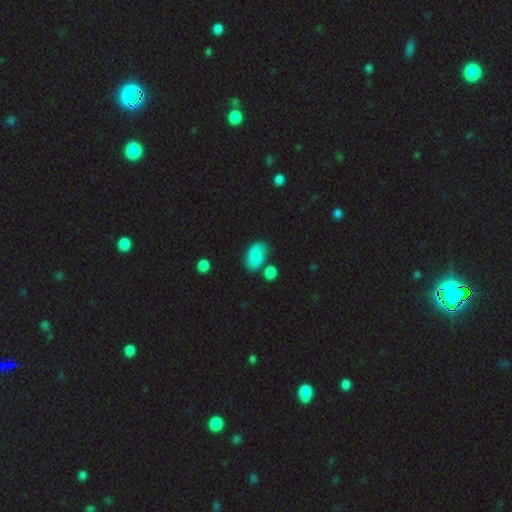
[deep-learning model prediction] A smooth galaxy with no disk features (67%) that is in between round and cigar-shaped (88%). Merging: none (58%).